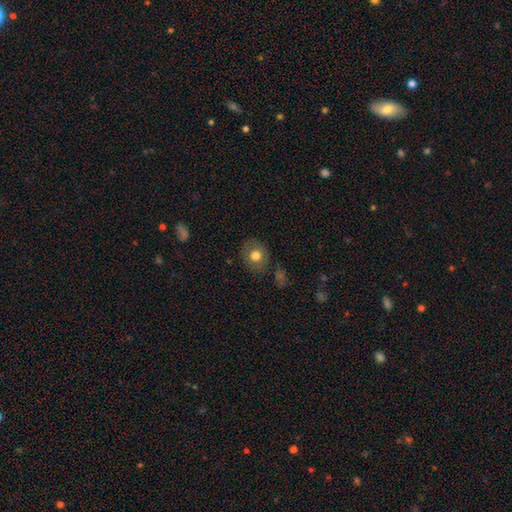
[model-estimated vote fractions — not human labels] A smooth galaxy with no disk features (76%) that is round (69%).

Vote fractions:
- Smooth or featured? smooth: 76% / featured or disk: 14% / star or artifact: 10%
- How rounded? round: 69% / in between: 30% / cigar-shaped: 1%
- Merging? none: 83% / minor disturbance: 11% / major disturbance: 3% / merger: 2%